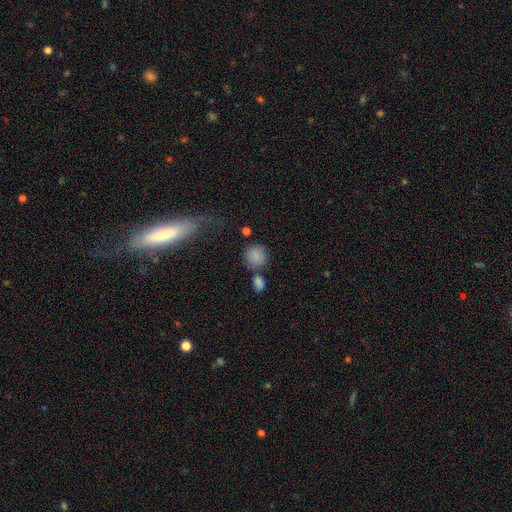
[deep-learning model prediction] smooth 83%, star or artifact 10%, featured or disk 7%. Down the decision tree: how rounded — round (83%); merging — none (62%).